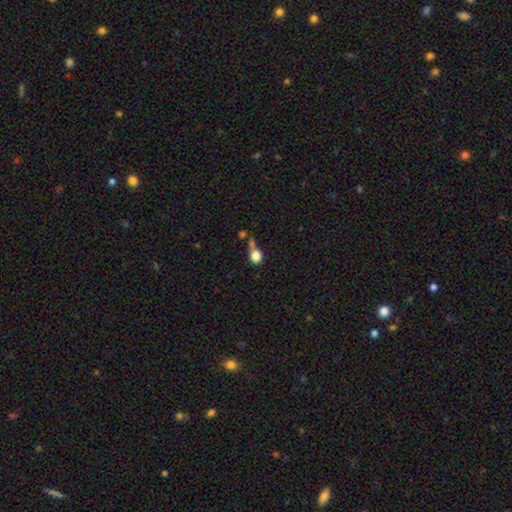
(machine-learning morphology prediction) Overall: smooth (83%). How rounded: round (73%). Merging: none (43%; merger 31%).